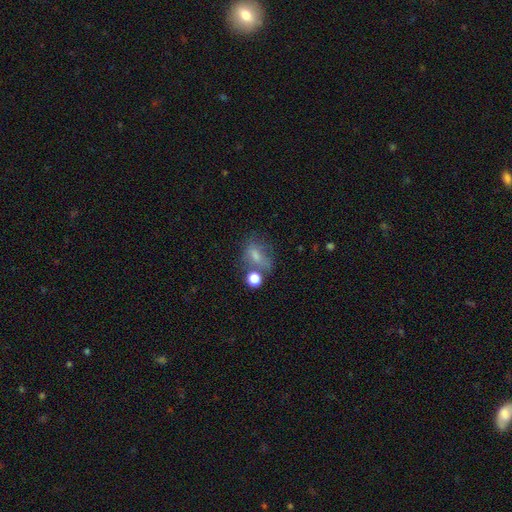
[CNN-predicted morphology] A smooth galaxy with no disk features (53%) that is in between round and cigar-shaped (62%).

Vote fractions:
- Smooth or featured? smooth: 53% / featured or disk: 25% / star or artifact: 22%
- How rounded? in between: 62% / round: 33% / cigar-shaped: 5%
- Merging? none: 49% / minor disturbance: 20% / merger: 16% / major disturbance: 14%